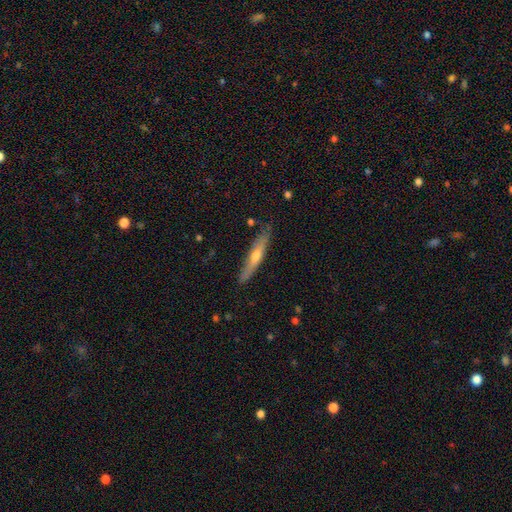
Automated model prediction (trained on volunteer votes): Overall: featured or disk (51%; smooth 44%). Edge-on disk: yes (90%). Merging: none (83%).